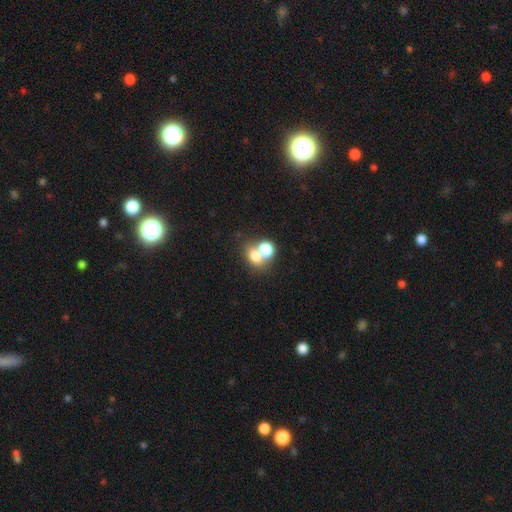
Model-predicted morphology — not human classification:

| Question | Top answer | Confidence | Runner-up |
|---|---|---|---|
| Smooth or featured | smooth | 71% | star or artifact (14%) |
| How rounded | in between | 51% | round (47%) |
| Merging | merger | 54% | none (34%) |